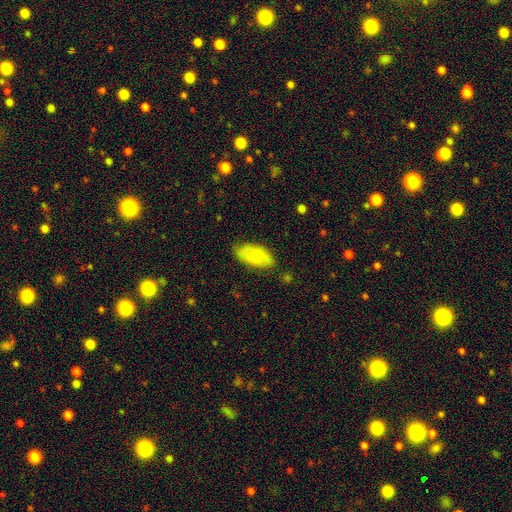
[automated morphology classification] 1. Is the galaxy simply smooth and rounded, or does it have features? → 75% smooth, 18% featured or disk, 7% star or artifact.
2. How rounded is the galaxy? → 93% in between, 5% cigar-shaped, 2% round.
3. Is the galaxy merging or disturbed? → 74% none, 20% minor disturbance, 4% major disturbance, 2% merger.